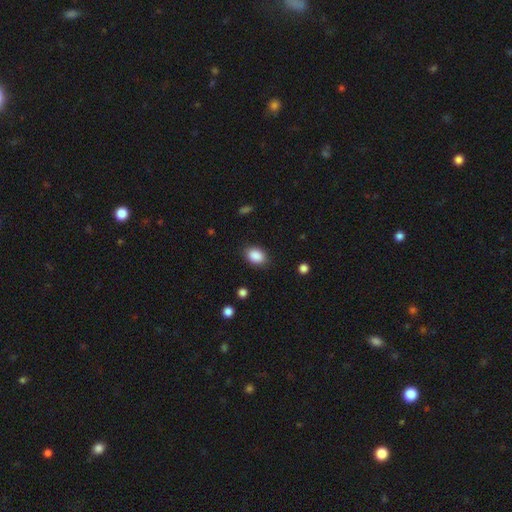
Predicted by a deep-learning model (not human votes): Morphology: type=smooth (89%); roundness=in between (80%); merging=none (86%).